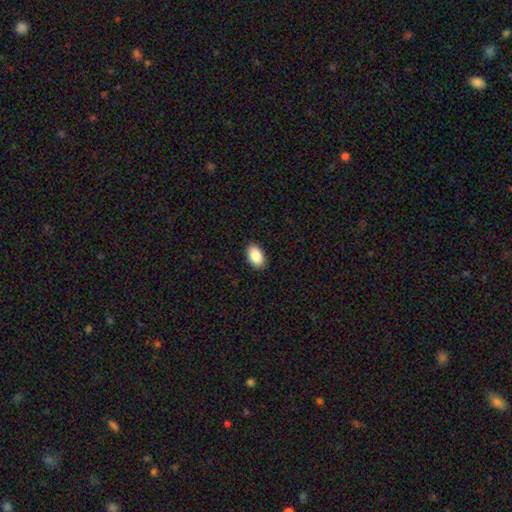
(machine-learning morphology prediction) type=smooth (87%); roundness=in between (93%); merging=none (90%).